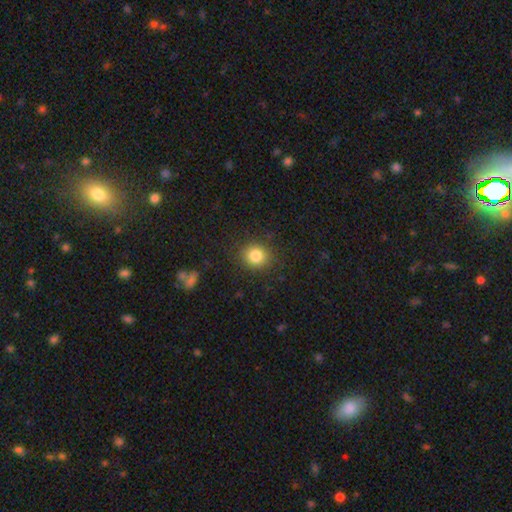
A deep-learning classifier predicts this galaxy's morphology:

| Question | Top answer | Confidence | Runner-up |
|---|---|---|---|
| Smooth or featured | smooth | 83% | star or artifact (11%) |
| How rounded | round | 84% | in between (15%) |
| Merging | none | 87% | minor disturbance (9%) |